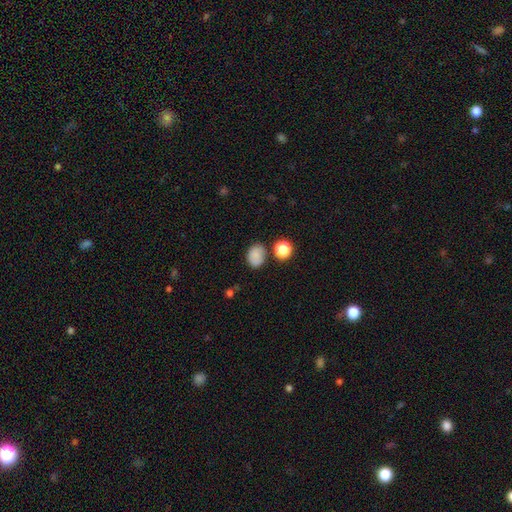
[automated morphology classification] Overall: smooth (83%). How rounded: in between (68%; round 31%). Merging: none (74%).